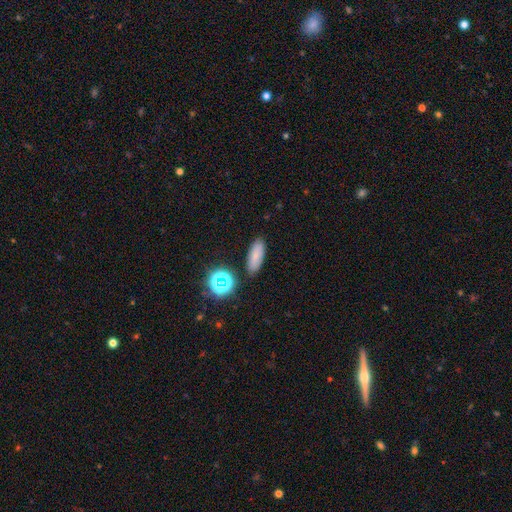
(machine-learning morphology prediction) smooth-or-featured: smooth: 77% | star or artifact: 14% | featured or disk: 9%
  how-rounded: in between: 70% | cigar-shaped: 25% | round: 5%
  merging: none: 87% | minor disturbance: 8% | merger: 3% | major disturbance: 2%